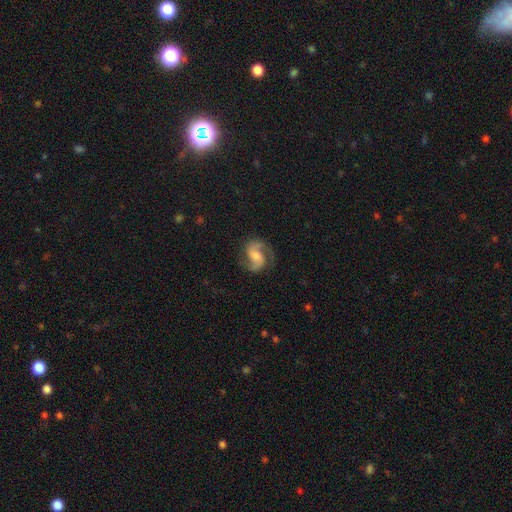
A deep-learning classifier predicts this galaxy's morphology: The model was most divided on "bar": no: 44%, weak: 42%, strong: 14%. Remaining: edge-on disk — no (98%); spiral arms — yes (97%); spiral arm count — 2 (91%); smooth or featured — featured or disk (85%); merging — none (76%); spiral winding — medium (56%); bulge size — moderate (44%).